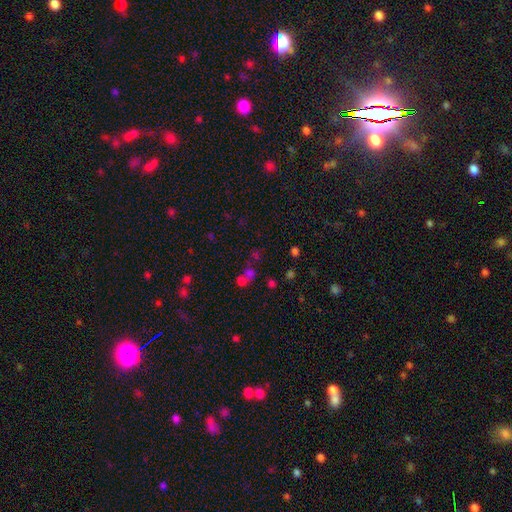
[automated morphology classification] smooth_or_featured: smooth (p=0.48) [alt: star or artifact p=0.39]
merging: merger (p=0.43) [alt: none p=0.42]